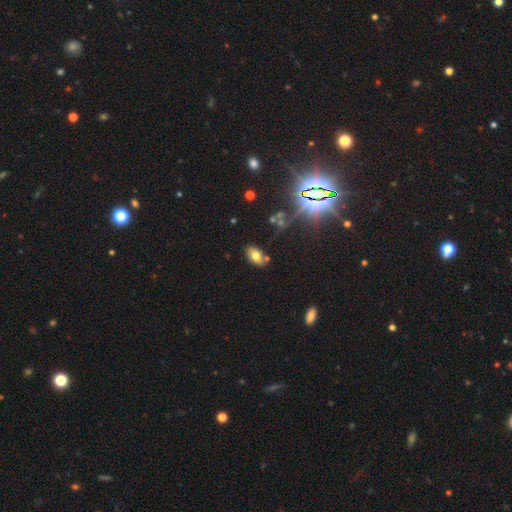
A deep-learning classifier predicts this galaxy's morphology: Smooth or featured?
  - smooth: 70% *
  - featured or disk: 16%
  - star or artifact: 14%
How rounded?
  - in between: 91% *
  - round: 7%
  - cigar-shaped: 2%
Merging?
  - none: 77% *
  - minor disturbance: 14%
  - merger: 6%
  - major disturbance: 3%